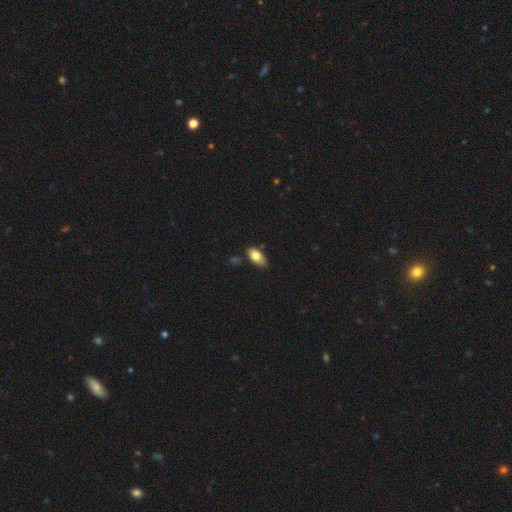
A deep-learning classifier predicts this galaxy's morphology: This is likely a smooth galaxy (78%). How rounded: clearly in between (91%). Merging: likely none (71%).